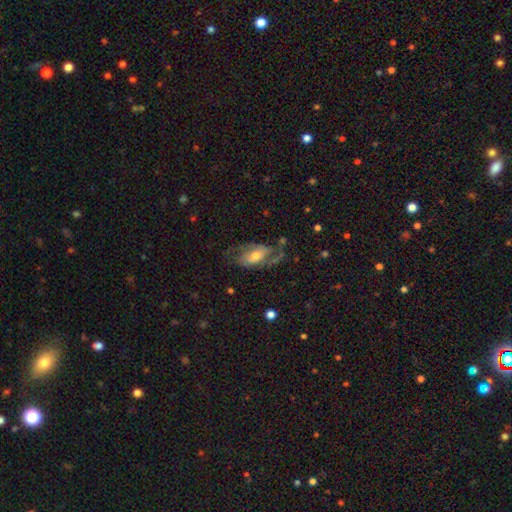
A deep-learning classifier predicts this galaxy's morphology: A featured or disk galaxy (72%) with no bar (46%), 2 (78%) medium (43%) spiral arms (86%) and a moderate central bulge (59%). Merging: none (53%).